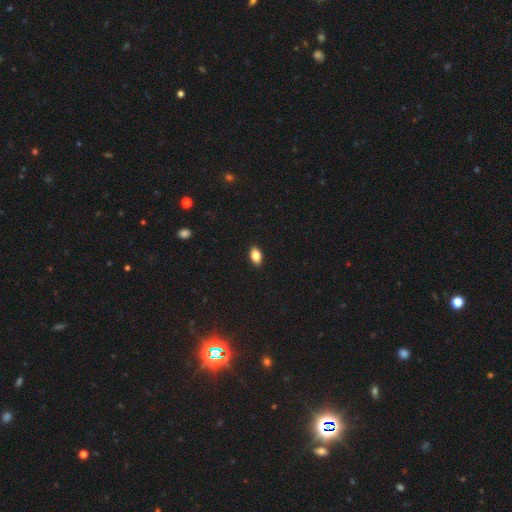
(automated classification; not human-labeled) Overall: smooth (84%). How rounded: in between (90%). Merging: none (90%).